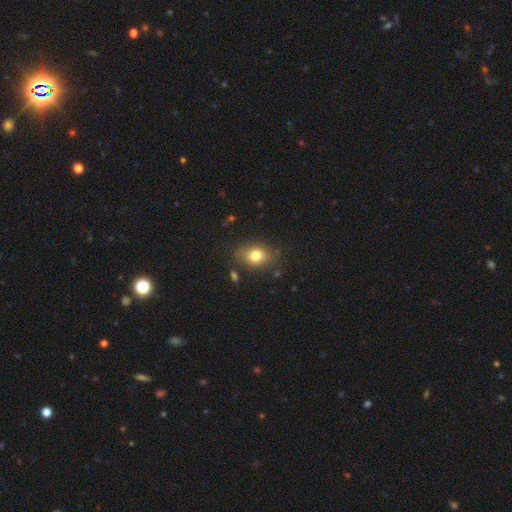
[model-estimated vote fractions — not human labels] A smooth galaxy with no disk features (79%) that is in between round and cigar-shaped (57%).

Vote fractions:
- Smooth or featured? smooth: 79% / star or artifact: 11% / featured or disk: 10%
- How rounded? in between: 57% / round: 42% / cigar-shaped: 1%
- Merging? none: 78% / minor disturbance: 15% / major disturbance: 4% / merger: 2%